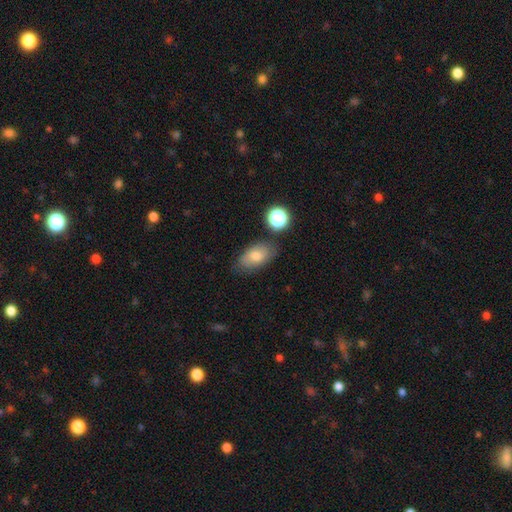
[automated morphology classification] A smooth galaxy with no disk features (75%) that is in between round and cigar-shaped (89%).

Vote fractions:
- Smooth or featured? smooth: 75% / featured or disk: 15% / star or artifact: 9%
- How rounded? in between: 89% / round: 9% / cigar-shaped: 3%
- Merging? none: 73% / minor disturbance: 17% / merger: 5% / major disturbance: 4%